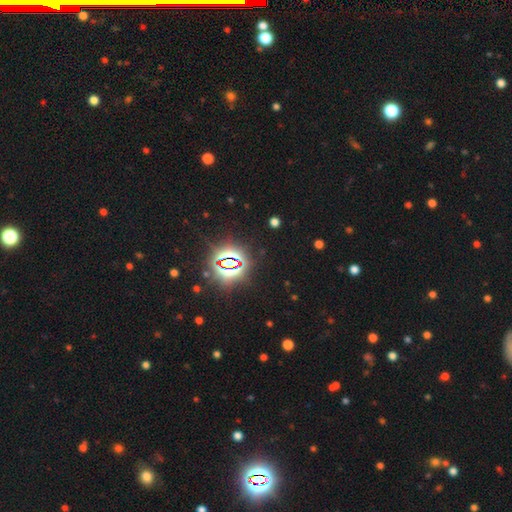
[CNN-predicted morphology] This appears to be a star or artifact, not a galaxy (82%).